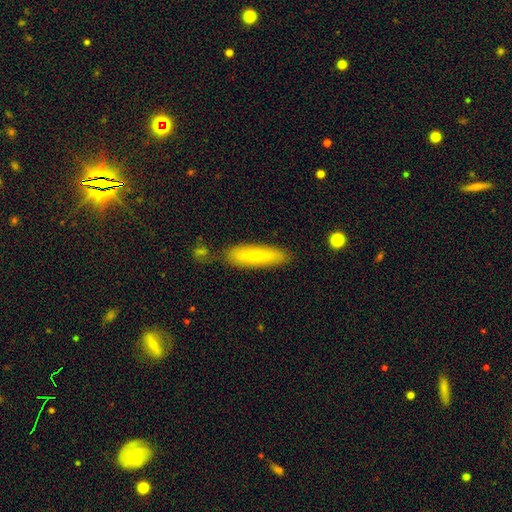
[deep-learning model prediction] The model was most divided on "smooth or featured": smooth: 58%, featured or disk: 35%, star or artifact: 7%. More confident: merging — none (74%); how rounded — cigar-shaped (65%).